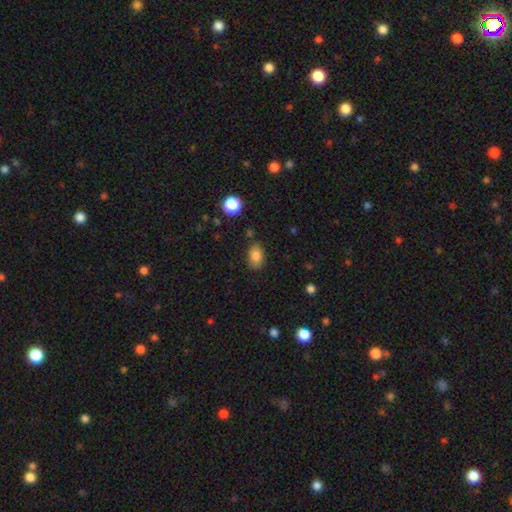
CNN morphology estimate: A smooth galaxy with no disk features (84%) that is in between round and cigar-shaped (84%). Merging: none (80%).